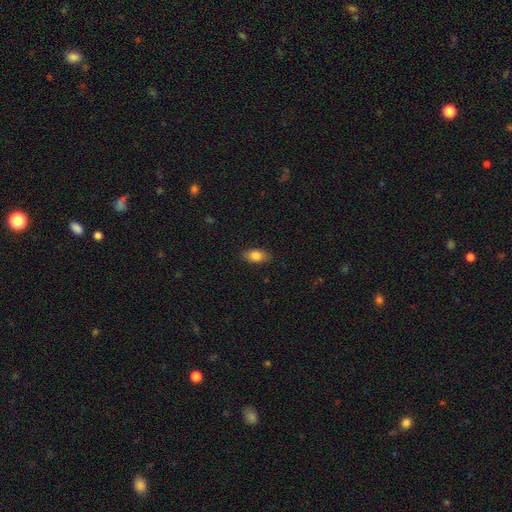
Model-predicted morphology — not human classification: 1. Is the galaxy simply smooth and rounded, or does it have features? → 82% smooth, 10% featured or disk, 8% star or artifact.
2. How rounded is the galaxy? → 88% in between, 6% round, 6% cigar-shaped.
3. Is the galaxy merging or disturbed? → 87% none, 10% minor disturbance, 2% major disturbance, 1% merger.